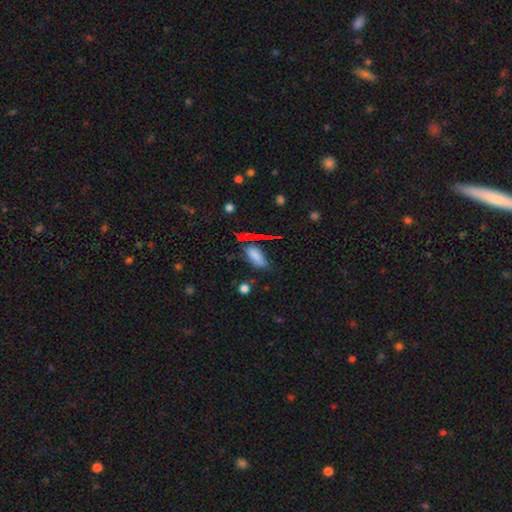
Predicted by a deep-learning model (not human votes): Q: Smooth or featured?
A: smooth (74%); runner-up: star or artifact (13%)
Q: How rounded?
A: in between (72%); runner-up: cigar-shaped (24%)
Q: Merging?
A: none (60%); runner-up: minor disturbance (22%)